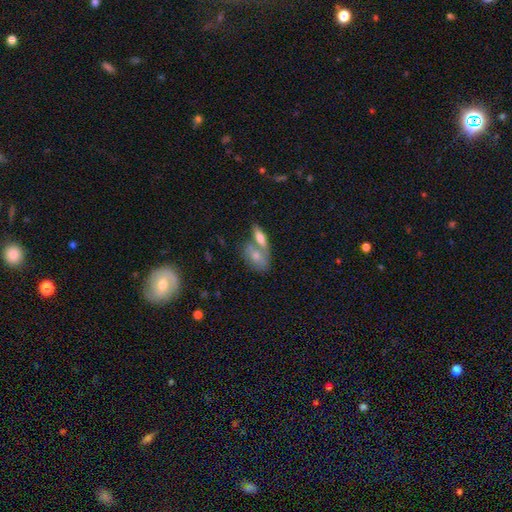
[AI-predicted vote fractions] smooth_or_featured: smooth (p=0.68) [alt: featured or disk p=0.25]
how_rounded: in between (p=0.80) [alt: round p=0.12]
merging: merger (p=0.55) [alt: none p=0.31]